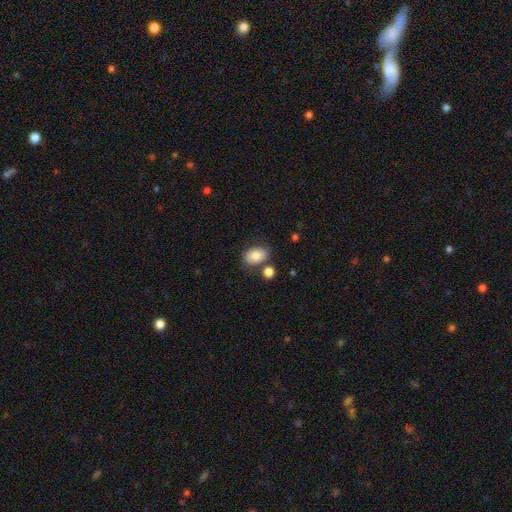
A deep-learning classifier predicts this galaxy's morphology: Smooth or featured? Predicted: smooth (p=0.78). How rounded? Predicted: in between (p=0.83). Merging? Predicted: none (p=0.70).